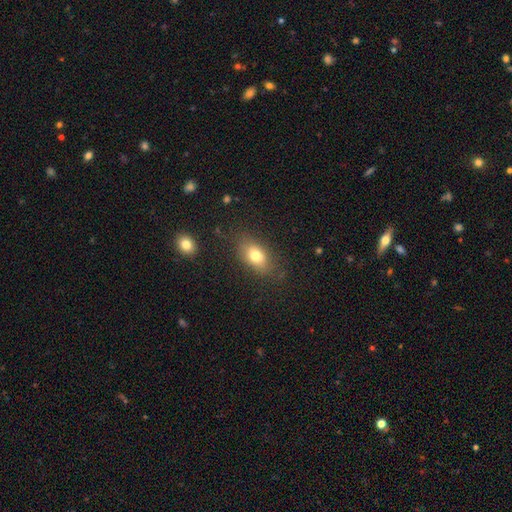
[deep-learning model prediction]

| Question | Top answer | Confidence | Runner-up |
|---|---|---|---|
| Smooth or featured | smooth | 74% | featured or disk (15%) |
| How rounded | in between | 82% | round (14%) |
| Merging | none | 77% | minor disturbance (15%) |